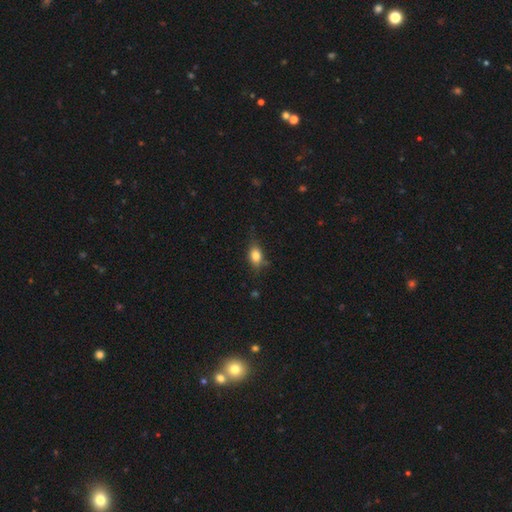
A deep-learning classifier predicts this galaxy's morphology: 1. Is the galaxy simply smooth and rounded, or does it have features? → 79% smooth, 11% featured or disk, 9% star or artifact.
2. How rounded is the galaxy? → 76% in between, 19% round, 5% cigar-shaped.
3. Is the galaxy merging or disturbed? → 69% none, 23% minor disturbance, 5% major disturbance, 2% merger.